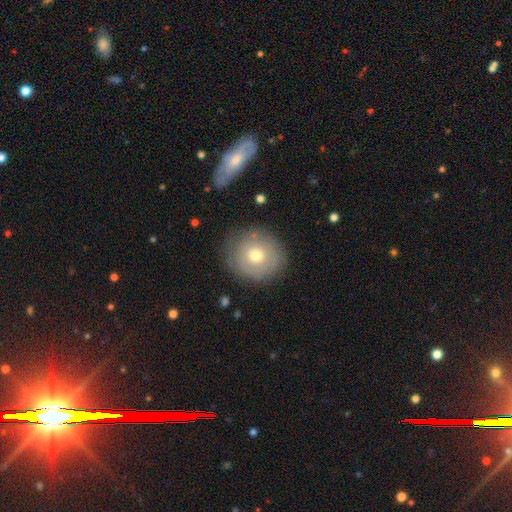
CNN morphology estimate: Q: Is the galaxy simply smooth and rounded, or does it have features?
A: smooth — 62%.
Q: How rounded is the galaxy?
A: round — 90%.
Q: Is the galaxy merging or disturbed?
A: none — 80%.